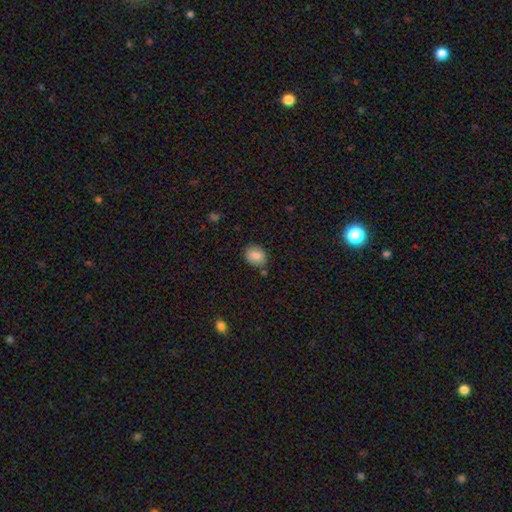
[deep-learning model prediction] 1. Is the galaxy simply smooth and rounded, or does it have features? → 79% smooth, 13% featured or disk, 9% star or artifact.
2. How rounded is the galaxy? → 54% in between, 45% round, 1% cigar-shaped.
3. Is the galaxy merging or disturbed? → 77% none, 15% minor disturbance, 4% merger, 3% major disturbance.